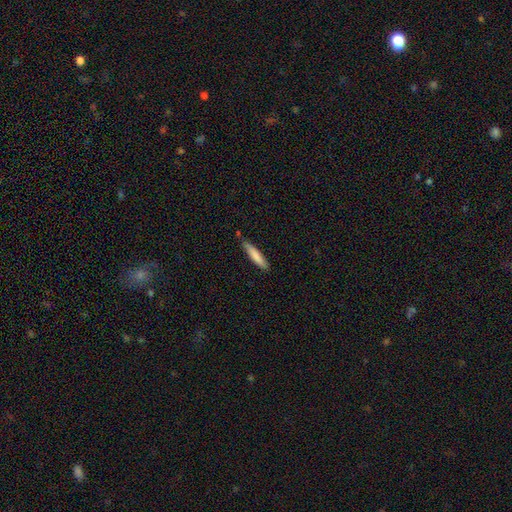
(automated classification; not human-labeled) Smooth or featured? Predicted: smooth (p=0.80). How rounded? Predicted: cigar-shaped (p=0.87). Merging? Predicted: none (p=0.78).